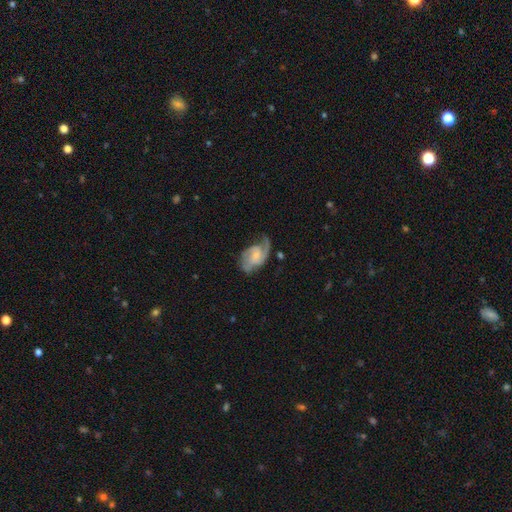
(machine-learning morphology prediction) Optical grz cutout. It shows a featured or disk galaxy (79%) with no bar (52%), 2 (63%) medium (48%) spiral arms (95%) and a small central bulge (52%). Merging: none (53%).